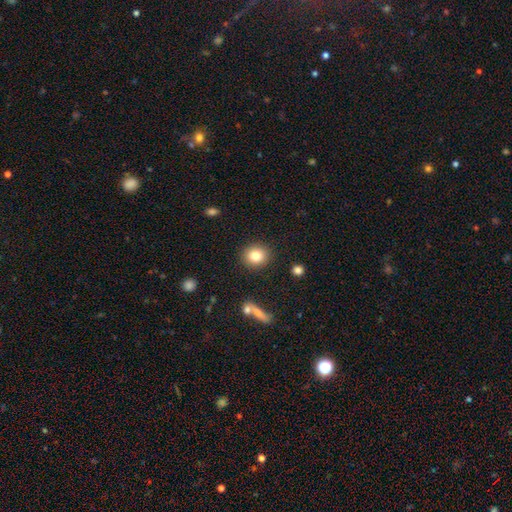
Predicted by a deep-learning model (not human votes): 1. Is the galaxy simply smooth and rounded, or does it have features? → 82% smooth, 9% star or artifact, 9% featured or disk.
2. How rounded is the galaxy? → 80% round, 19% in between, 1% cigar-shaped.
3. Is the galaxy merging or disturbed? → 89% none, 7% minor disturbance, 2% major disturbance, 2% merger.